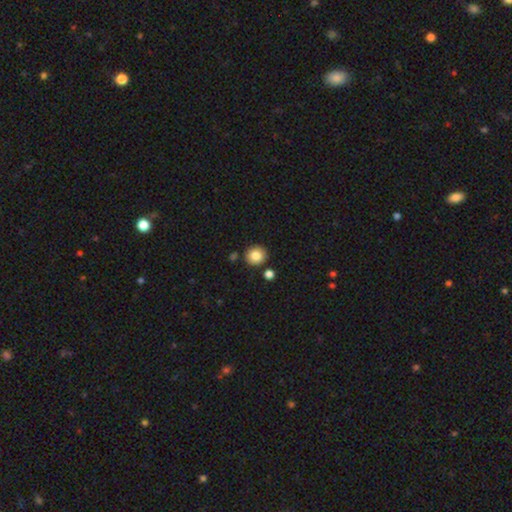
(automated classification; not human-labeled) smooth-or-featured: smooth: 83% | star or artifact: 10% | featured or disk: 7%
  how-rounded: round: 91% | in between: 8% | cigar-shaped: 1%
  merging: none: 86% | minor disturbance: 7% | merger: 5% | major disturbance: 2%